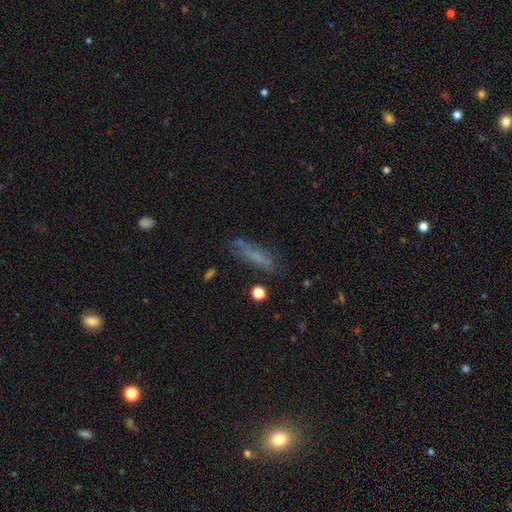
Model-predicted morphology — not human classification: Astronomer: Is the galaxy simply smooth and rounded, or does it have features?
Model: smooth — 60%.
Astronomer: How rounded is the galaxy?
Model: cigar-shaped — 64%.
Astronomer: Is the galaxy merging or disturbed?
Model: none — 66%.